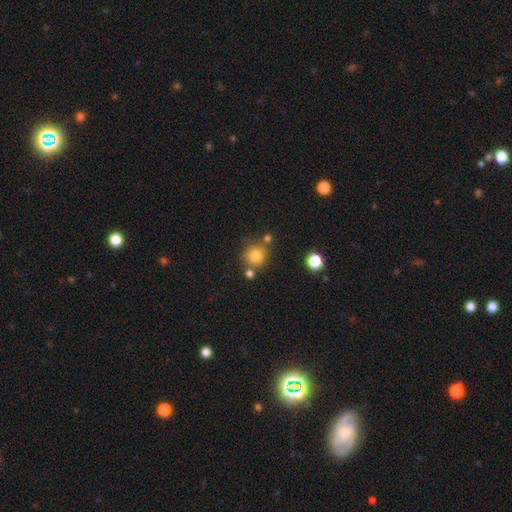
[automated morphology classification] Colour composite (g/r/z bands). It shows a smooth galaxy with no disk features (82%) that is round (91%). Merging: none (73%).